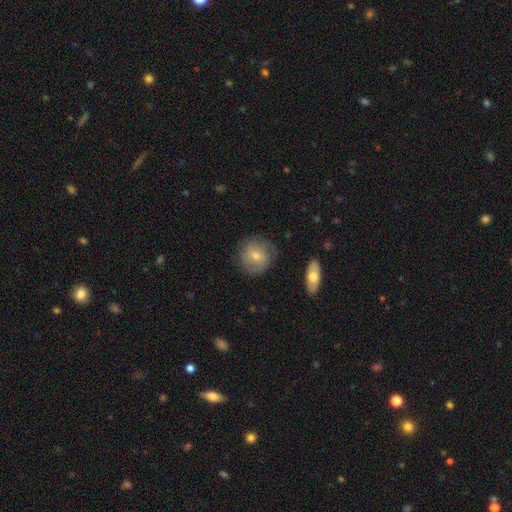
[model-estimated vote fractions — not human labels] smooth-or-featured: smooth: 55% | featured or disk: 39% | star or artifact: 7%
  how-rounded: round: 86% | in between: 13% | cigar-shaped: 1%
  merging: none: 74% | minor disturbance: 18% | major disturbance: 6% | merger: 2%